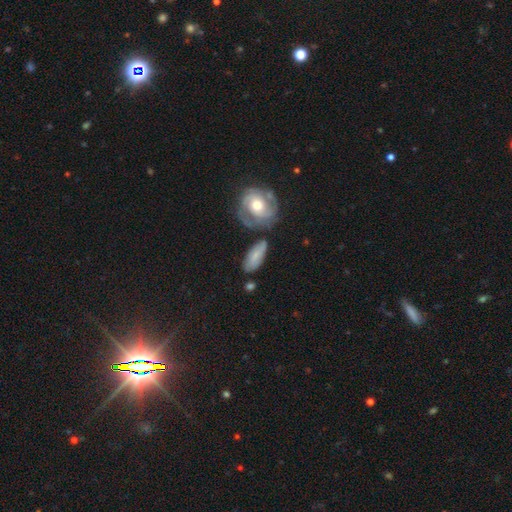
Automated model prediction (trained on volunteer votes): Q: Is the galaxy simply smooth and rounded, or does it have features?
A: smooth — 63%.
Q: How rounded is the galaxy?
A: in between — 83%.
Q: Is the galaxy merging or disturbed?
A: none — 66%.